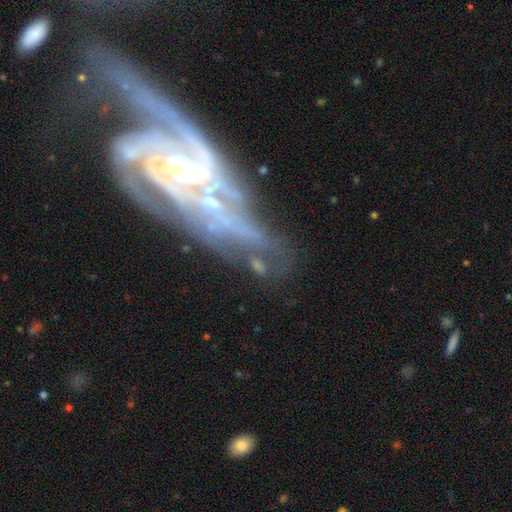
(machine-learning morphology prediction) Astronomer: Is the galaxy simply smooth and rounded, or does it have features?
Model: featured or disk — 89%.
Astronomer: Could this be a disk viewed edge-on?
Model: no — 93%.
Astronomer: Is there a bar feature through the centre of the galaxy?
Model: no — 47% (runner-up: weak, 33%).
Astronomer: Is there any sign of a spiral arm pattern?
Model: yes — 96%.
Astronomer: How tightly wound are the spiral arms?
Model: tight — 51% (runner-up: medium, 38%).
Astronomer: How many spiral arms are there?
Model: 2 — 27% (runner-up: 3, 26%).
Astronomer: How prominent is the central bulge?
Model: small — 55% (runner-up: moderate, 37%).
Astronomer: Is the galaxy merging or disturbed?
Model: none — 40% (runner-up: major disturbance, 23%).